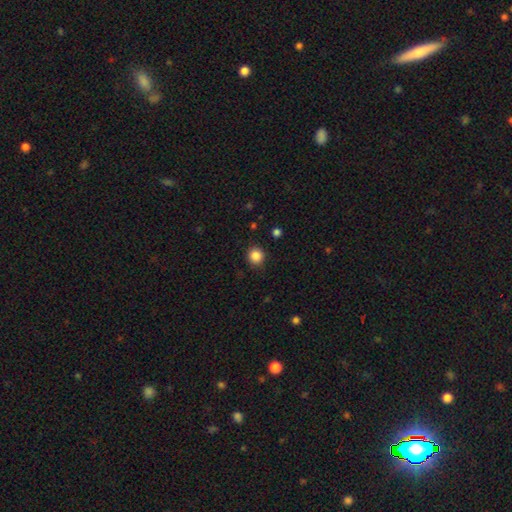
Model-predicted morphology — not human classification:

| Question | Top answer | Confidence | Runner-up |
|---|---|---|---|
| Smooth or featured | smooth | 86% | star or artifact (11%) |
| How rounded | round | 92% | in between (7%) |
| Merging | none | 90% | minor disturbance (7%) |